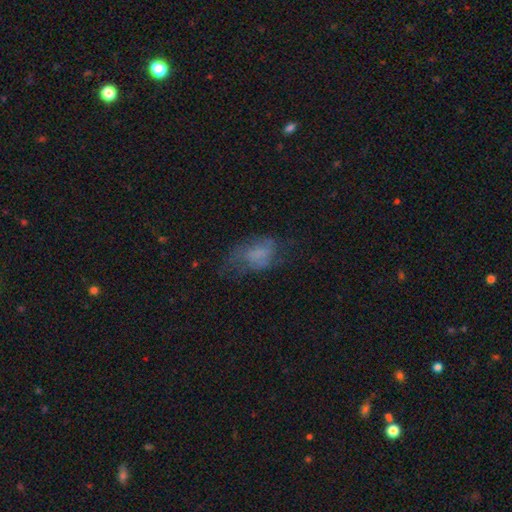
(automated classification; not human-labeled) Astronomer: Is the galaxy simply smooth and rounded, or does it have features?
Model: smooth — 55% (runner-up: featured or disk, 31%).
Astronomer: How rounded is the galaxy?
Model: in between — 85%.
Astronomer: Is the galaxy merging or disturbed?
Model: none — 39% (runner-up: major disturbance, 33%).